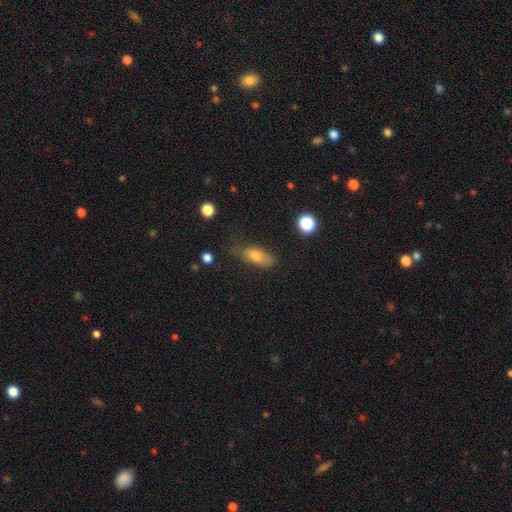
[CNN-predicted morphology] This is likely a smooth galaxy (72%). How rounded: likely in between (72%). Merging: likely none (61%).